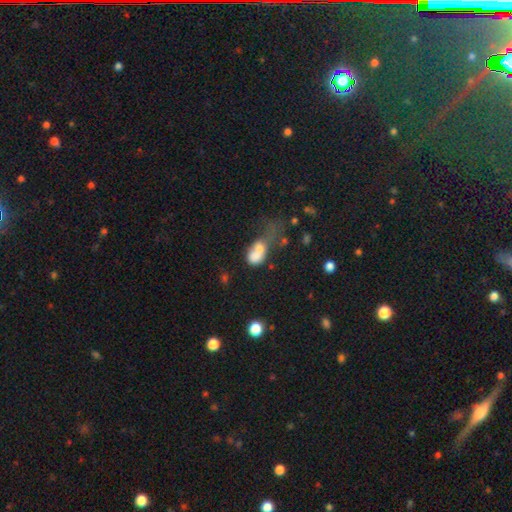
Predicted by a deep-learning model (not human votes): Smooth or featured? Predicted: smooth (p=0.67). How rounded? Predicted: in between (p=0.68). Merging? Predicted: merger (p=0.48).